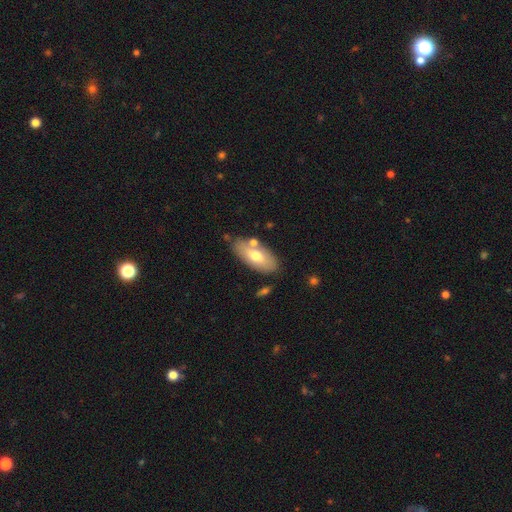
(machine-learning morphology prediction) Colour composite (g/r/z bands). It shows a smooth galaxy with no disk features (65%) that is in between round and cigar-shaped (88%). Merging: none (73%).